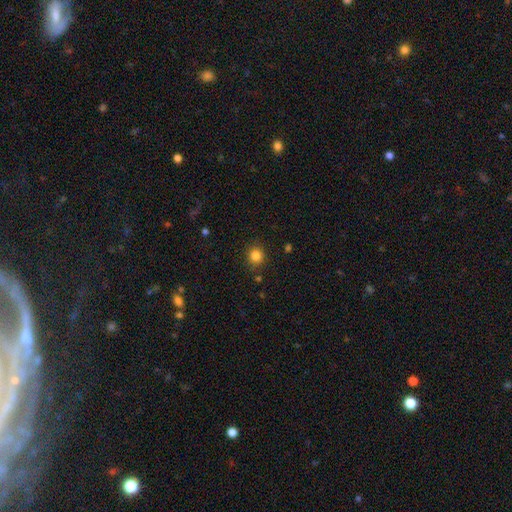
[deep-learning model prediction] smooth-or-featured: smooth: 83% | star or artifact: 12% | featured or disk: 4%
  how-rounded: round: 89% | in between: 10% | cigar-shaped: 1%
  merging: none: 88% | minor disturbance: 8% | major disturbance: 2% | merger: 2%